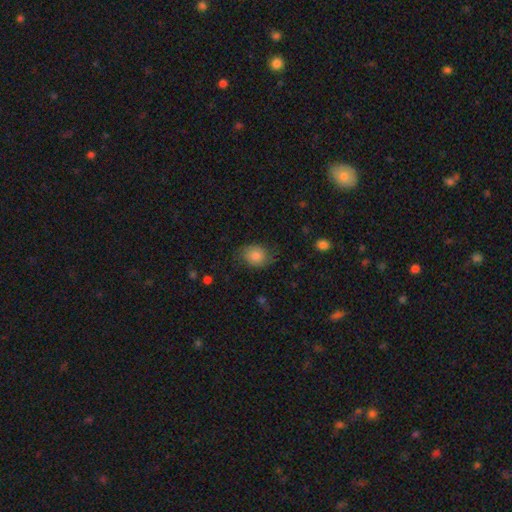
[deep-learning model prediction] Smooth or featured? Predicted: smooth (p=0.76). How rounded? Predicted: in between (p=0.55). Merging? Predicted: none (p=0.71).